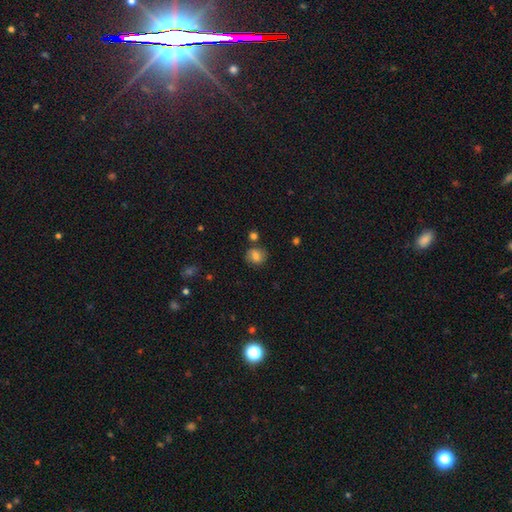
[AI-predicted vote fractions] Overall: smooth (76%). How rounded: round (72%). Merging: none (76%).